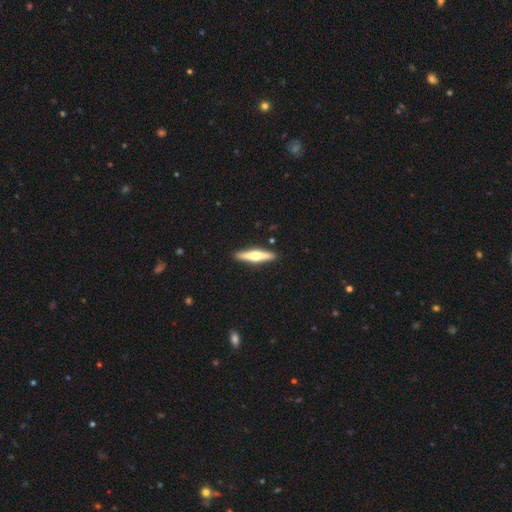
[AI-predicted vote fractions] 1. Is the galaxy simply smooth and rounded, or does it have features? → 63% featured or disk, 32% smooth, 5% star or artifact.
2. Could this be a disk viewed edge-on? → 97% yes, 3% no.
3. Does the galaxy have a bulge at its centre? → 93% rounded, 4% boxy, 3% none.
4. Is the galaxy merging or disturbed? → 92% none, 6% minor disturbance, 1% major disturbance, 1% merger.